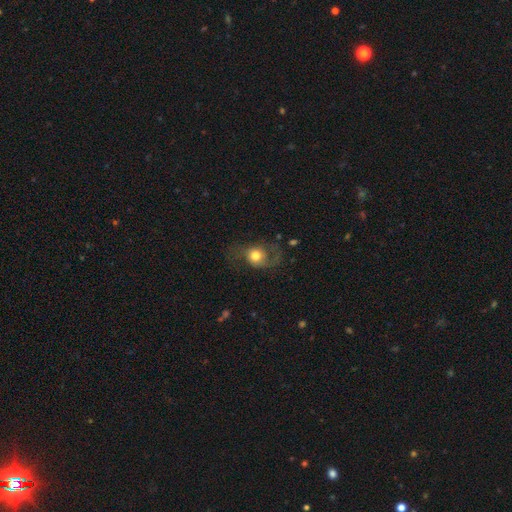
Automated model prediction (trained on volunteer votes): A smooth galaxy with no disk features (51%) that is round (64%).

Vote fractions:
- Smooth or featured? smooth: 51% / featured or disk: 40% / star or artifact: 9%
- How rounded? round: 64% / in between: 35% / cigar-shaped: 1%
- Merging? none: 47% / major disturbance: 30% / minor disturbance: 21% / merger: 2%